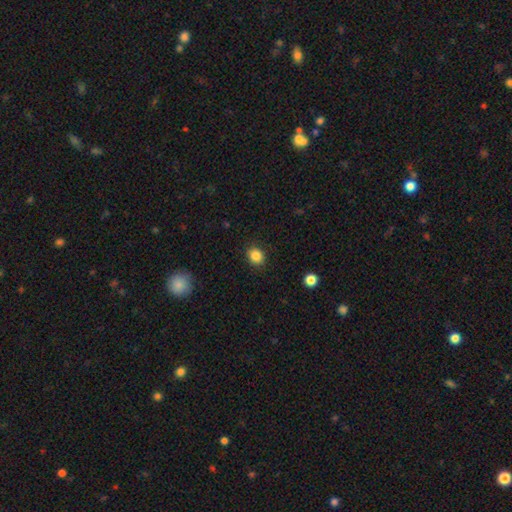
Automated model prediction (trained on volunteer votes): smooth 86%, star or artifact 10%, featured or disk 4%. Down the decision tree: how rounded — round (69%); merging — none (87%).